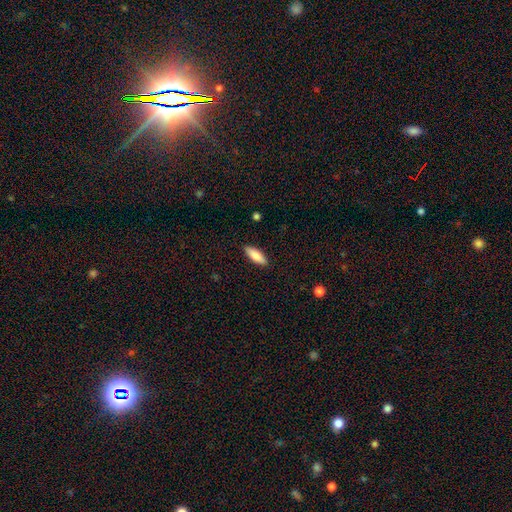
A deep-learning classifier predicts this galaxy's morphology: Overall: smooth (82%). How rounded: in between (64%; cigar-shaped 34%). Merging: none (88%).